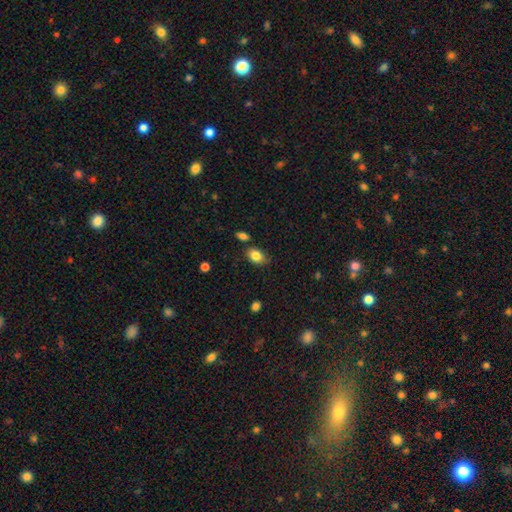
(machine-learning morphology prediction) smooth 84%, star or artifact 9%, featured or disk 7%. Down the decision tree: how rounded — in between (80%); merging — none (71%).